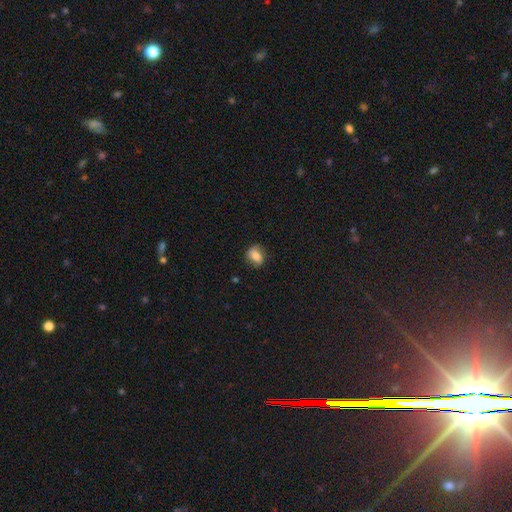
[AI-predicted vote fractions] Smooth or featured?
  - smooth: 73% *
  - featured or disk: 18%
  - star or artifact: 9%
How rounded?
  - in between: 63% *
  - round: 34%
  - cigar-shaped: 3%
Merging?
  - none: 73% *
  - minor disturbance: 20%
  - major disturbance: 5%
  - merger: 1%